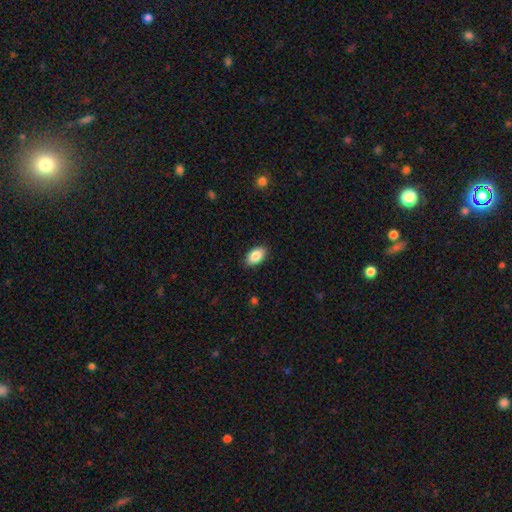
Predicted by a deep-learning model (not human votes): Smooth or featured? Predicted: smooth (p=0.87). How rounded? Predicted: in between (p=0.93). Merging? Predicted: none (p=0.89).